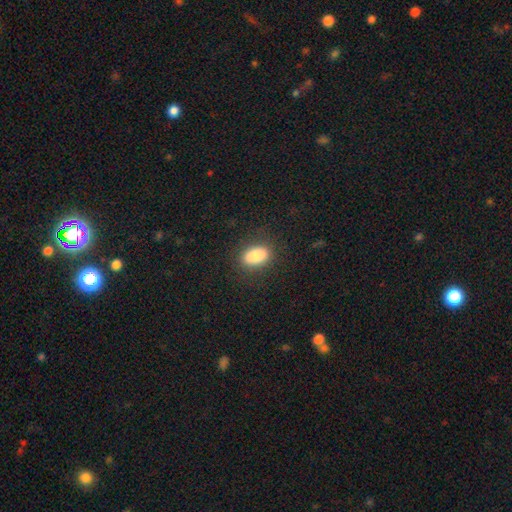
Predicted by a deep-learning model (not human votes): The model was most divided on "smooth or featured": smooth: 81%, featured or disk: 11%, star or artifact: 8%. More confident: how rounded — in between (87%); merging — none (85%).